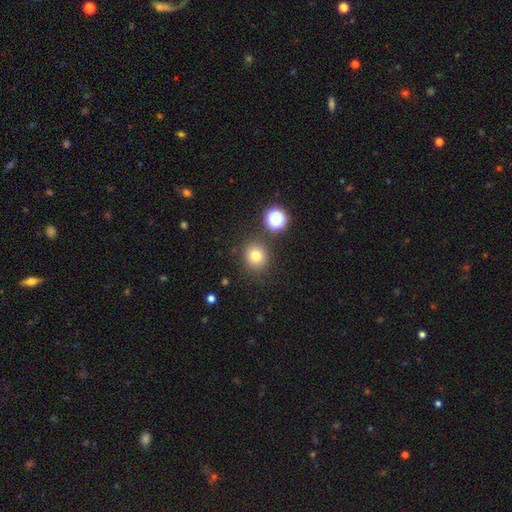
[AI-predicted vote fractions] Q: Smooth or featured?
A: smooth (77%); runner-up: star or artifact (15%)
Q: How rounded?
A: round (86%); runner-up: in between (13%)
Q: Merging?
A: none (82%); runner-up: minor disturbance (9%)